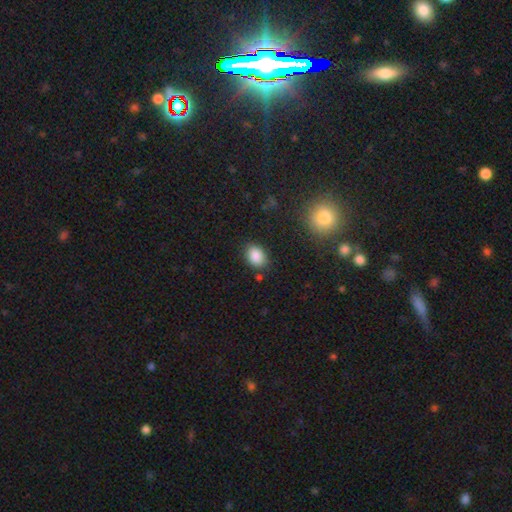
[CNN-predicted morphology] type=smooth (86%); roundness=in between (76%); merging=none (82%).